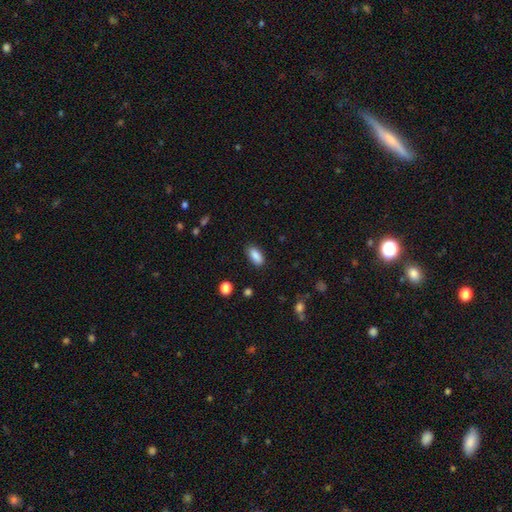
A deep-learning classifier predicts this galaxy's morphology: type=smooth (88%); roundness=in between (86%); merging=none (85%).